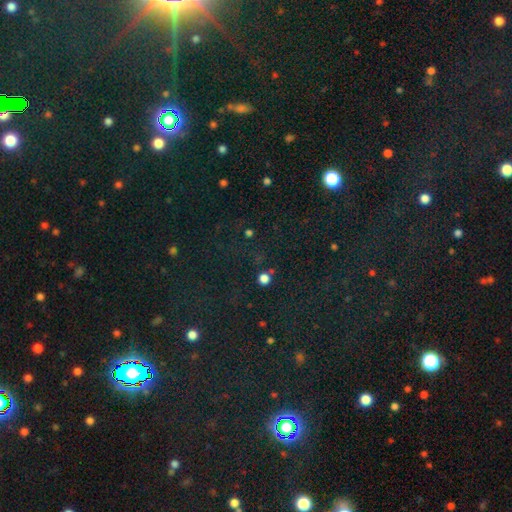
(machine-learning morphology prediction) Overall: star or artifact (78%).